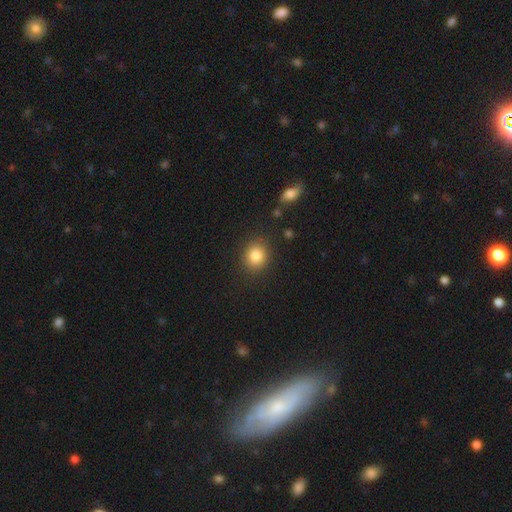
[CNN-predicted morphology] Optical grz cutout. It shows a smooth galaxy with no disk features (85%) that is round (76%). Merging: none (86%).